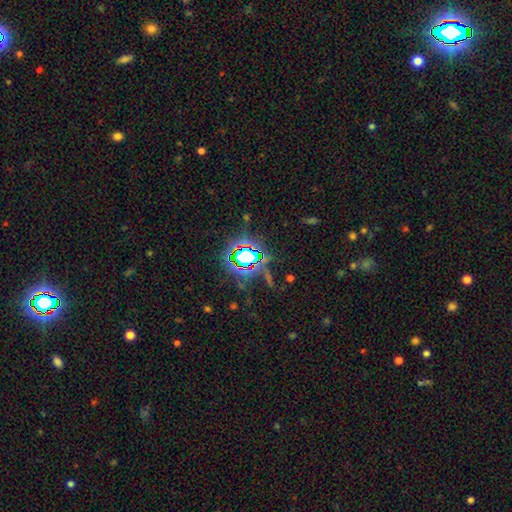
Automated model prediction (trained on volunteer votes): Smooth or featured: star or artifact — 79% (smooth — 12%)